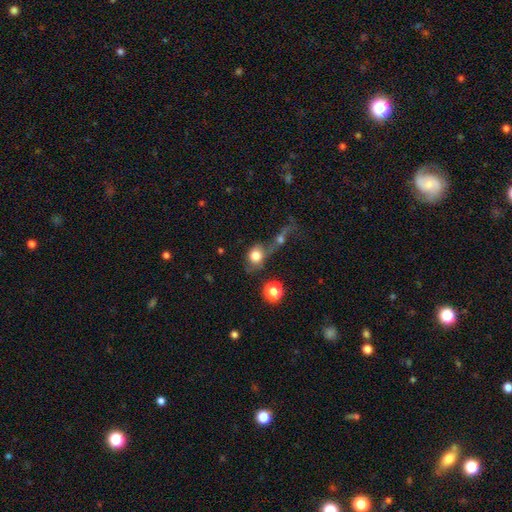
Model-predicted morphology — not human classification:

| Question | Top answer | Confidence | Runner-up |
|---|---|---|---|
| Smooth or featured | smooth | 74% | featured or disk (15%) |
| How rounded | round | 64% | in between (34%) |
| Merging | merger | 46% | none (28%) |